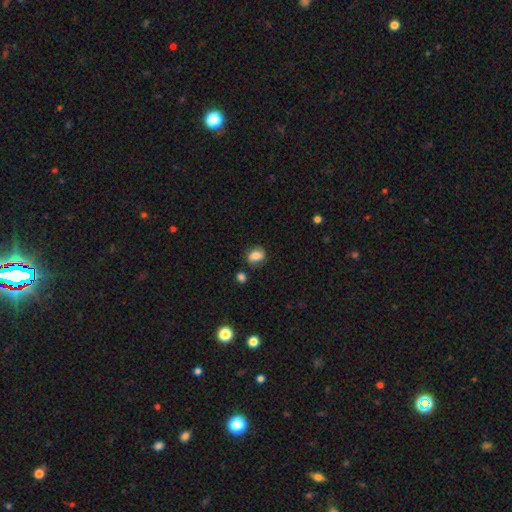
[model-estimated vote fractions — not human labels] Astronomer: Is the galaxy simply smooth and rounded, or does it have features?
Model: smooth — 75%.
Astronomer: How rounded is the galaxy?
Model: in between — 58% (runner-up: round, 41%).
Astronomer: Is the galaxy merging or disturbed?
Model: none — 70%.